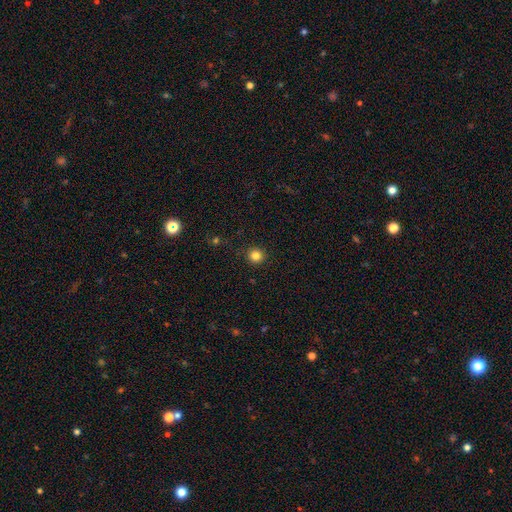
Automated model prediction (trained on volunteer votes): Smooth or featured? Predicted: smooth (p=0.83). How rounded? Predicted: round (p=0.94). Merging? Predicted: none (p=0.91).